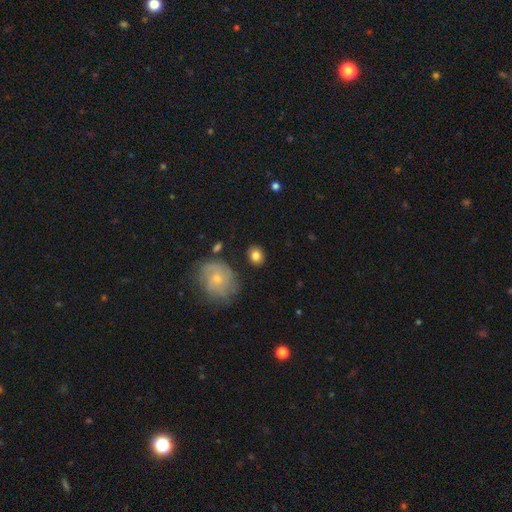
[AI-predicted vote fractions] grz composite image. It shows a smooth galaxy with no disk features (81%) that is round (49%, tied with in between). Merging: none (83%).